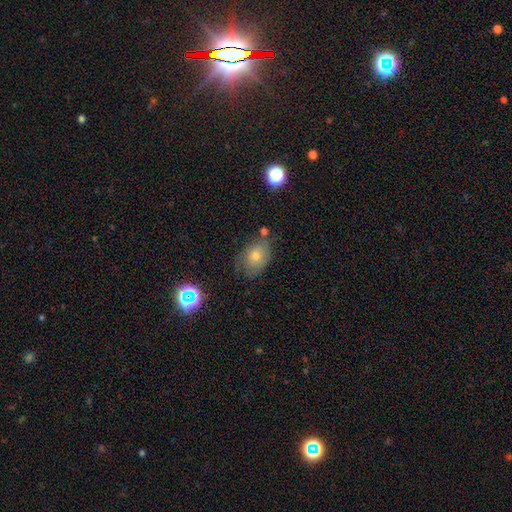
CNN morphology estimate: Smooth or featured? smooth (53%)
How rounded? in between (70%)
Merging? none (61%)